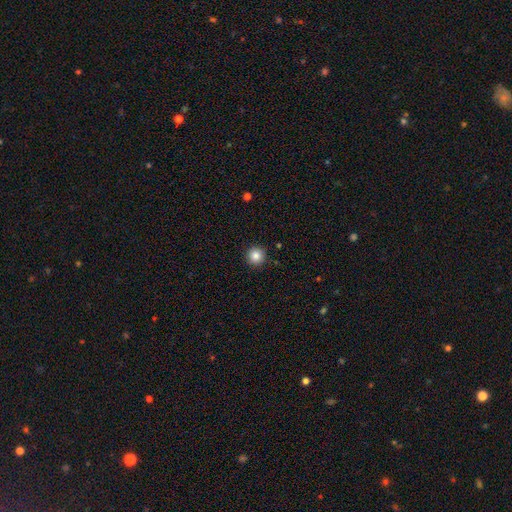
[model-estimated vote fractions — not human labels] A smooth galaxy with no disk features (85%) that is round (96%). Merging: none (92%).